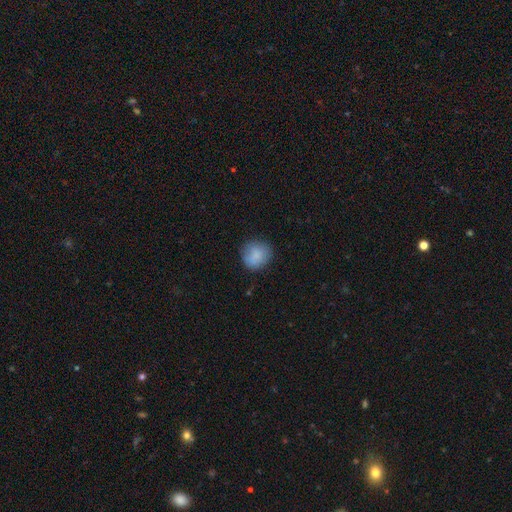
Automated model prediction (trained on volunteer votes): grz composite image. It shows a smooth galaxy with no disk features (84%) that is round (81%). Merging: none (76%).